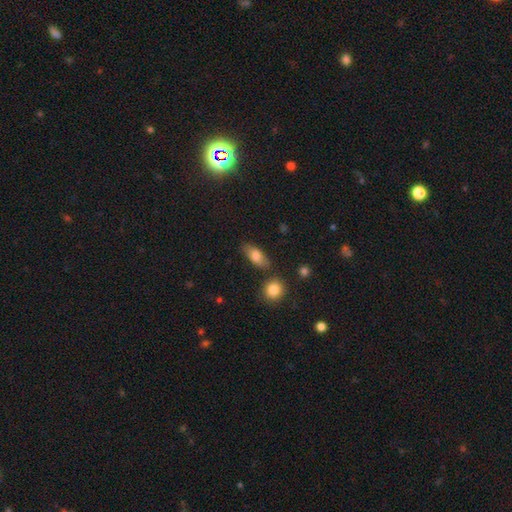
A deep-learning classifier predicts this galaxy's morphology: Smooth or featured? smooth (78%)
How rounded? in between (83%)
Merging? none (76%)